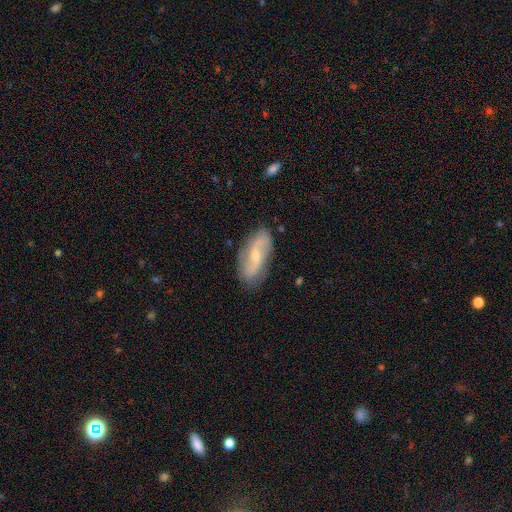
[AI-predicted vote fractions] This appears to be a featured or disk galaxy (75%) with a weak bar (41%), 2 (91%) loose (63%) spiral arms (91%) and a small central bulge (60%). Merging: none (83%).